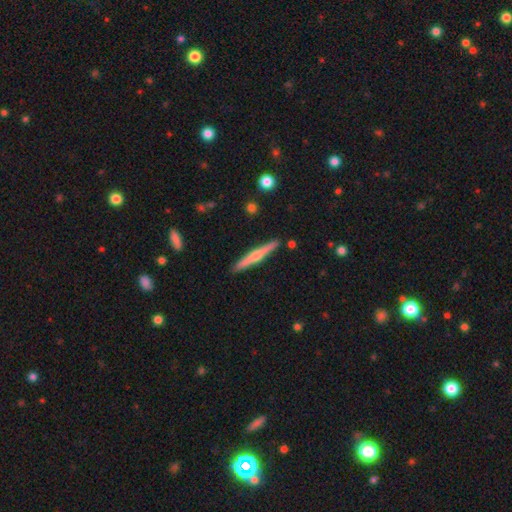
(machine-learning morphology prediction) Q: Smooth or featured?
A: featured or disk (65%); runner-up: smooth (29%)
Q: Edge-on disk?
A: yes (98%); runner-up: no (2%)
Q: Edge-on bulge?
A: rounded (78%); runner-up: none (16%)
Q: Merging?
A: none (91%); runner-up: minor disturbance (6%)